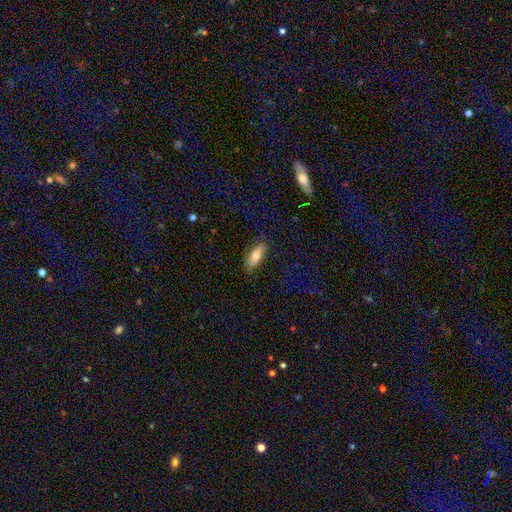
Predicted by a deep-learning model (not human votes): A smooth galaxy with no disk features (70%) that is in between round and cigar-shaped (67%).

Vote fractions:
- Smooth or featured? smooth: 70% / featured or disk: 23% / star or artifact: 6%
- How rounded? in between: 67% / cigar-shaped: 31% / round: 2%
- Merging? none: 81% / minor disturbance: 14% / major disturbance: 3% / merger: 1%